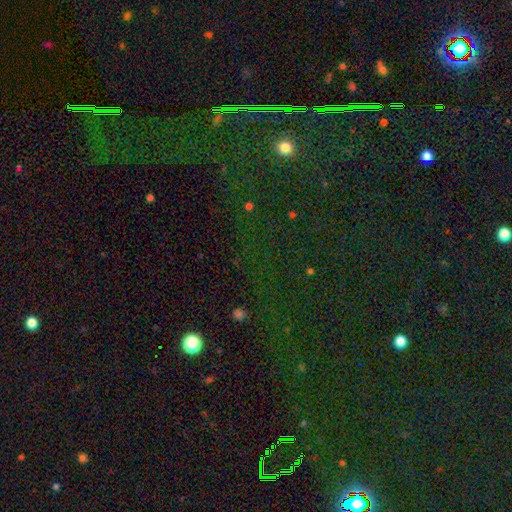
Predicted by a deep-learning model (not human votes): Overall: star or artifact (79%).